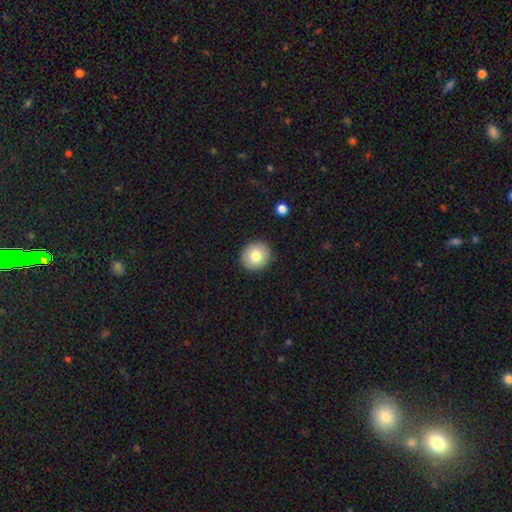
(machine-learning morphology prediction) Q: Smooth or featured?
A: smooth (79%); runner-up: featured or disk (13%)
Q: How rounded?
A: round (84%); runner-up: in between (15%)
Q: Merging?
A: none (90%); runner-up: minor disturbance (7%)